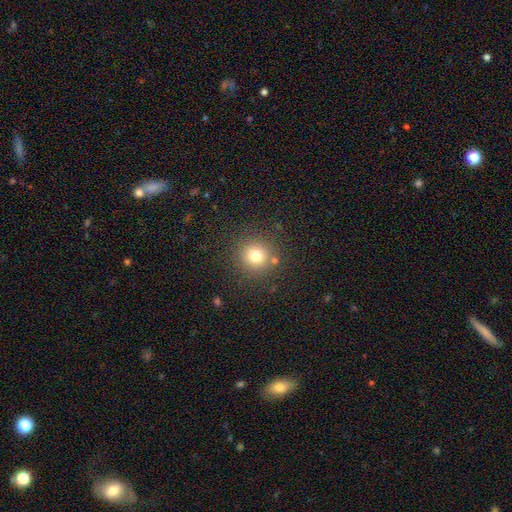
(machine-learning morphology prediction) Overall: smooth (77%). How rounded: round (92%). Merging: none (84%).